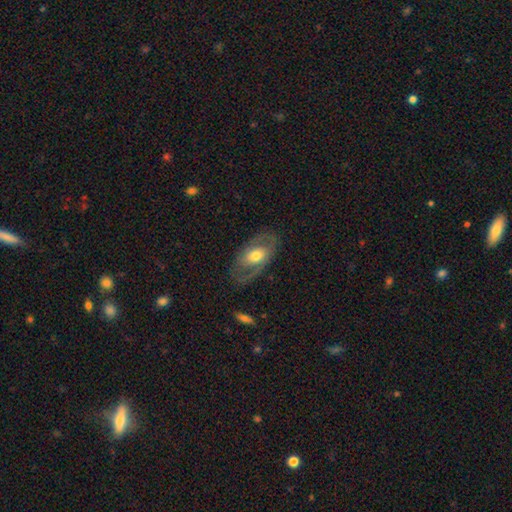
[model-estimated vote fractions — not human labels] A featured or disk galaxy (61%) with no bar (57%), spiral arms (63%) and a moderate central bulge (67%).

Vote fractions:
- Smooth or featured? featured or disk: 61% / smooth: 33% / star or artifact: 6%
- Edge-on disk? no: 90% / yes: 10%
- Bar? no: 57% / weak: 31% / strong: 12%
- Spiral arms? yes: 63% / no: 37%
- Bulge size? moderate: 67% / large: 17% / small: 14% / dominant: 1% / none: 1%
- Merging? none: 75% / minor disturbance: 15% / major disturbance: 9% / merger: 1%